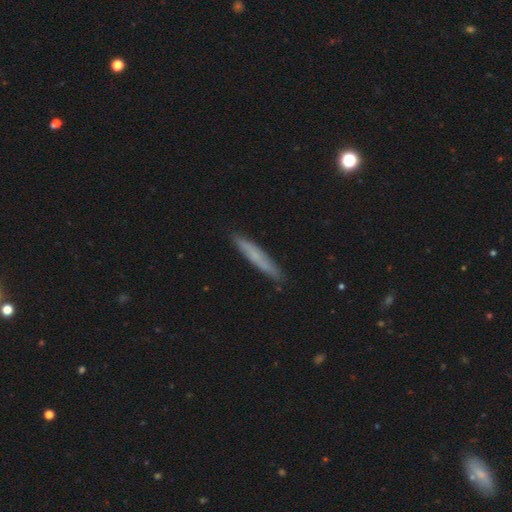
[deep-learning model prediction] Overall: smooth (61%; featured or disk 32%). How rounded: cigar-shaped (94%). Merging: none (88%).